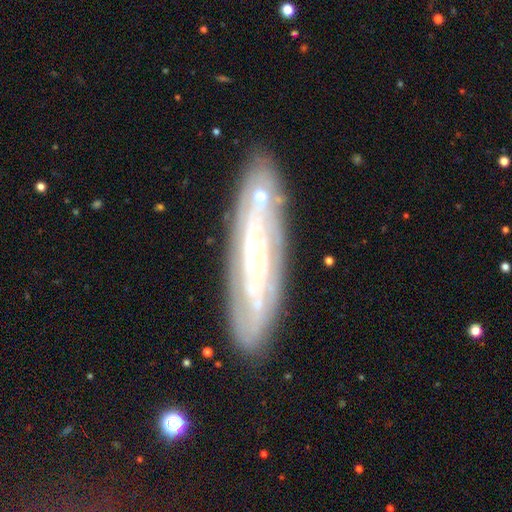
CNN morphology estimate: Smooth or featured?
  - featured or disk: 74% *
  - smooth: 18%
  - star or artifact: 8%
Edge-on disk?
  - no: 68% *
  - yes: 32%
Bar?
  - no: 64% *
  - weak: 26%
  - strong: 10%
Spiral arms?
  - yes: 83% *
  - no: 17%
Bulge size?
  - small: 79% *
  - moderate: 15%
  - none: 4%
  - large: 2%
  - dominant: 1%
Merging?
  - none: 80% *
  - minor disturbance: 12%
  - merger: 4%
  - major disturbance: 3%